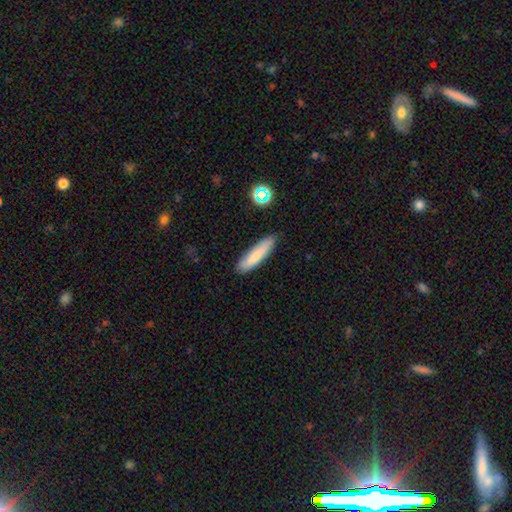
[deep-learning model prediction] Smooth or featured?
  - smooth: 77% *
  - featured or disk: 15%
  - star or artifact: 7%
How rounded?
  - cigar-shaped: 78% *
  - in between: 21%
  - round: 2%
Merging?
  - none: 85% *
  - minor disturbance: 11%
  - major disturbance: 2%
  - merger: 2%